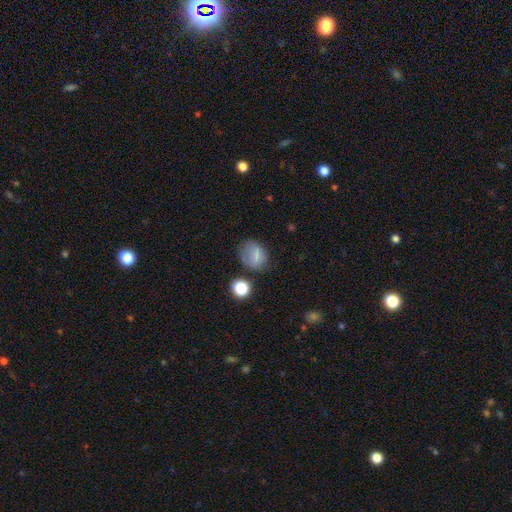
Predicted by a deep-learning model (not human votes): Smooth or featured: smooth — 75% (star or artifact — 13%)
How rounded: round — 52% (in between — 47%)
Merging: none — 58% (minor disturbance — 26%)